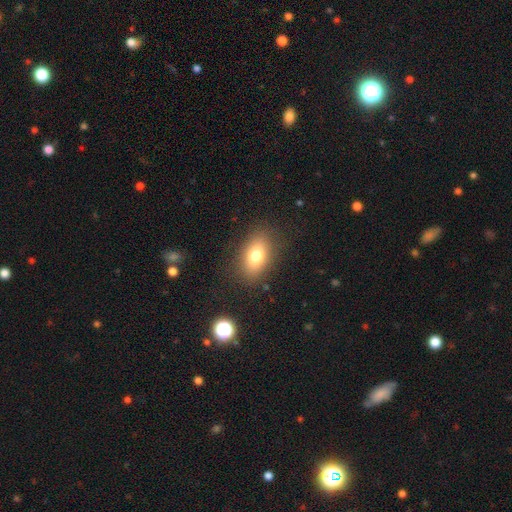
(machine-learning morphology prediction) Smooth or featured? Predicted: smooth (p=0.76). How rounded? Predicted: in between (p=0.85). Merging? Predicted: none (p=0.84).